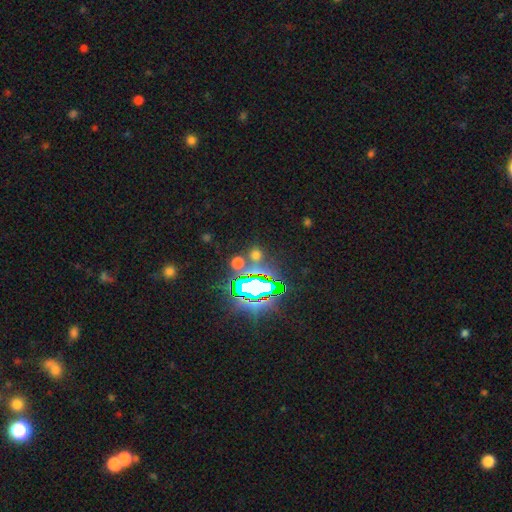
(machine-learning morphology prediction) Smooth or featured? star or artifact (49%)